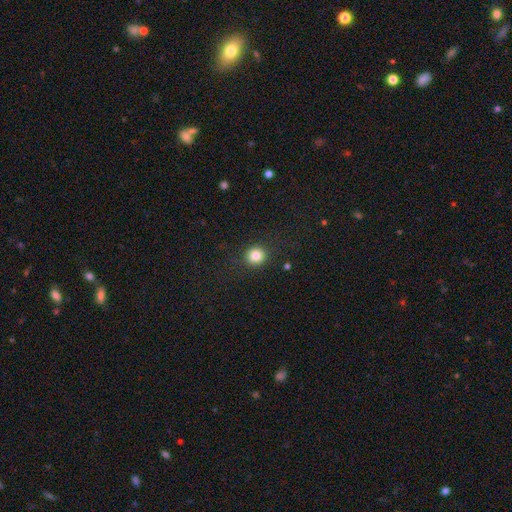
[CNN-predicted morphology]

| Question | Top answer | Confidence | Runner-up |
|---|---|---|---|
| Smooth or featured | smooth | 83% | star or artifact (11%) |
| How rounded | round | 89% | in between (10%) |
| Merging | none | 89% | minor disturbance (7%) |